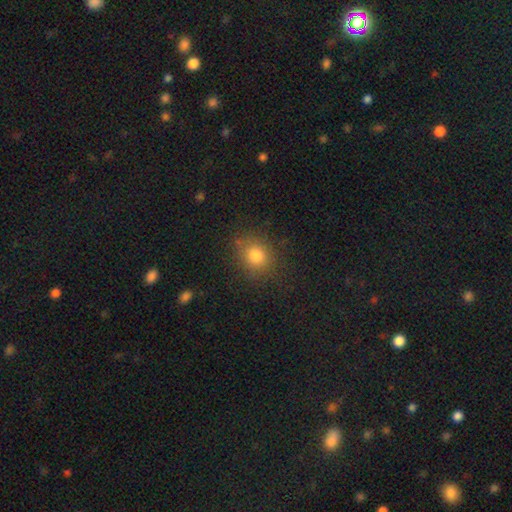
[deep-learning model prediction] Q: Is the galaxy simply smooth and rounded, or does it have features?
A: smooth — 80%.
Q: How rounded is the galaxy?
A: round — 75%.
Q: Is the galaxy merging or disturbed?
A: none — 85%.